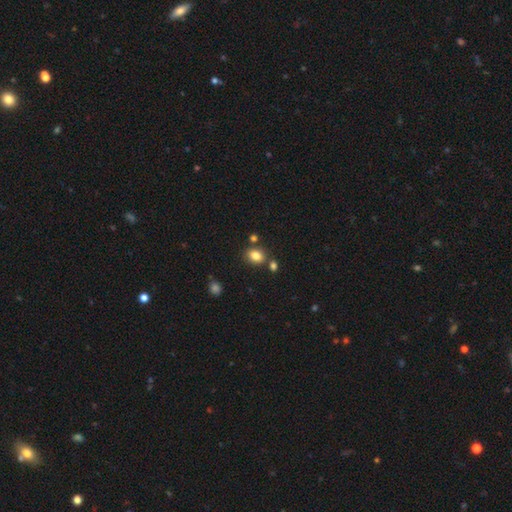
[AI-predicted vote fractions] A smooth galaxy with no disk features (83%) that is in between round and cigar-shaped (58%).

Vote fractions:
- Smooth or featured? smooth: 83% / star or artifact: 11% / featured or disk: 6%
- How rounded? in between: 58% / round: 41% / cigar-shaped: 1%
- Merging? none: 73% / merger: 12% / minor disturbance: 12% / major disturbance: 3%